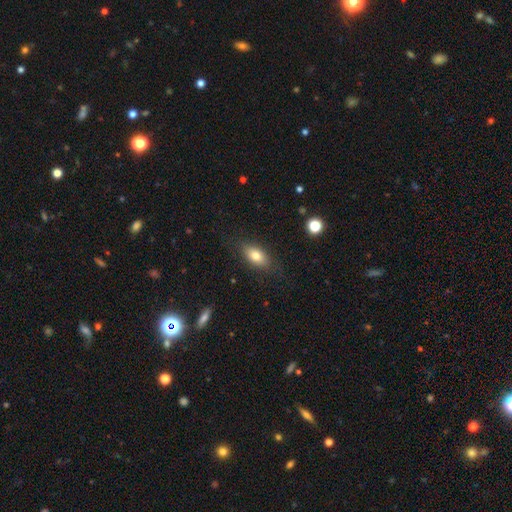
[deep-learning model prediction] smooth-or-featured: smooth: 77% | featured or disk: 15% | star or artifact: 8%
  how-rounded: in between: 85% | cigar-shaped: 8% | round: 7%
  merging: none: 82% | minor disturbance: 13% | major disturbance: 4% | merger: 1%